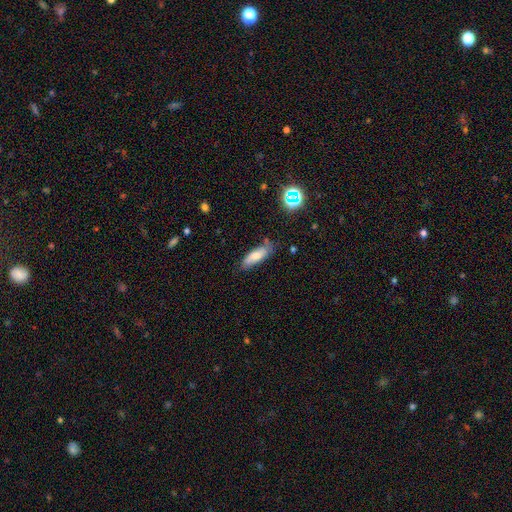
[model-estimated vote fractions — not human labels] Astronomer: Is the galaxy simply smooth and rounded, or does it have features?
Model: smooth — 69%.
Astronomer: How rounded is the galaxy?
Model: in between — 58% (runner-up: cigar-shaped, 40%).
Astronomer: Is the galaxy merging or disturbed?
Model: none — 72%.